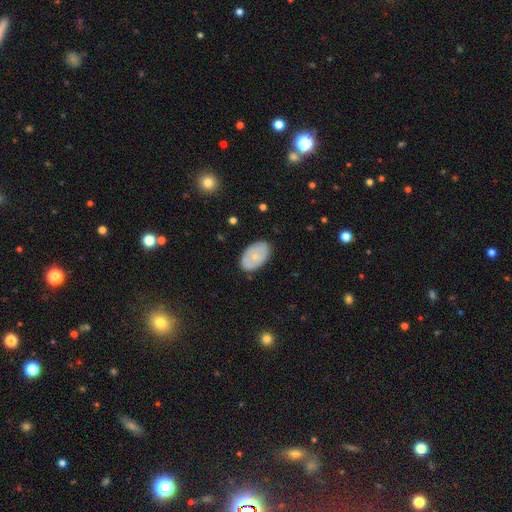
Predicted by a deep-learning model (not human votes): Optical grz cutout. It shows a smooth galaxy with no disk features (60%) that is in between round and cigar-shaped (90%). Merging: none (83%).